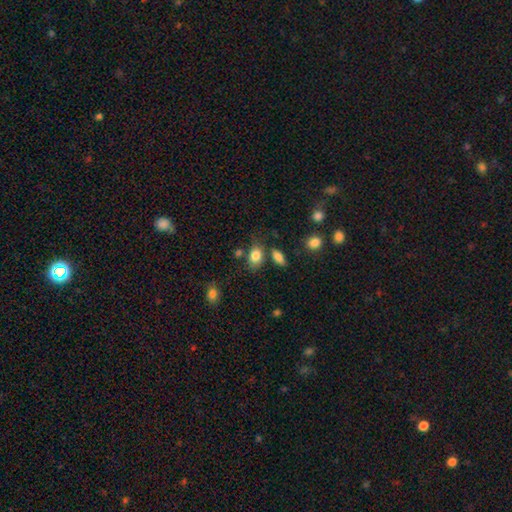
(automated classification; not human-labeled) Morphology: type=smooth (83%); roundness=in between (76%); merging=none (65%).